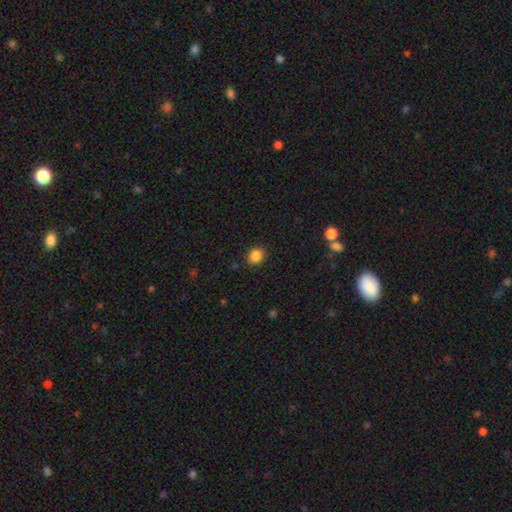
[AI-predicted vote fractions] Smooth or featured: smooth — 86% (star or artifact — 11%)
How rounded: round — 79% (in between — 21%)
Merging: none — 89% (minor disturbance — 8%)